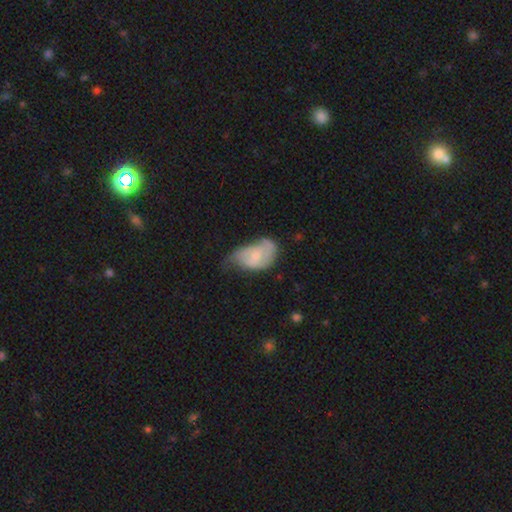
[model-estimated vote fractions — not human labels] Overall: smooth (51%; featured or disk 42%). How rounded: in between (90%). Merging: minor disturbance (41%; major disturbance 31%).